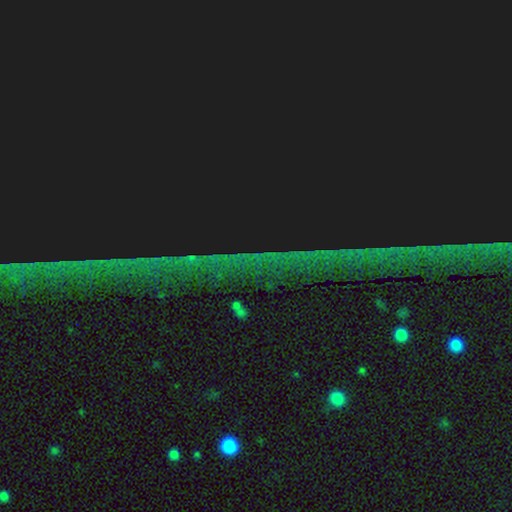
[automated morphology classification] type=star or artifact (84%).